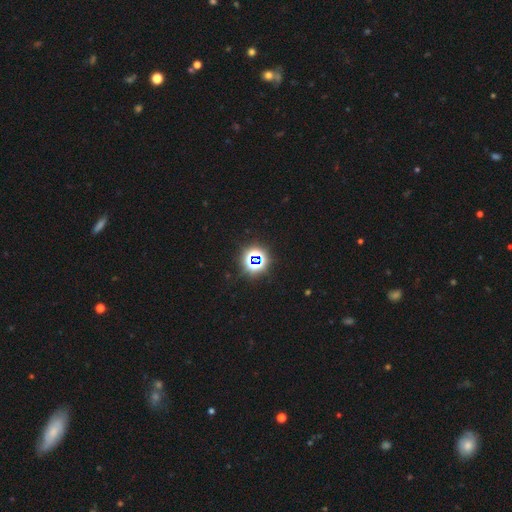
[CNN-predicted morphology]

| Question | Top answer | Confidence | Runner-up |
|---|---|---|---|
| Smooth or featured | star or artifact | 74% | smooth (18%) |